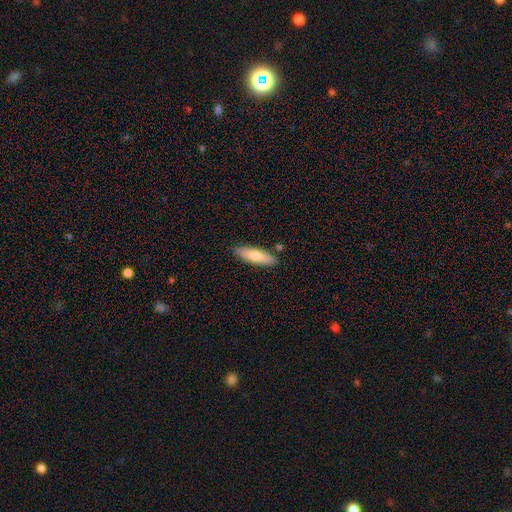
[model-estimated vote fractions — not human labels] Smooth or featured? smooth (73%)
How rounded? cigar-shaped (52%)
Merging? none (84%)